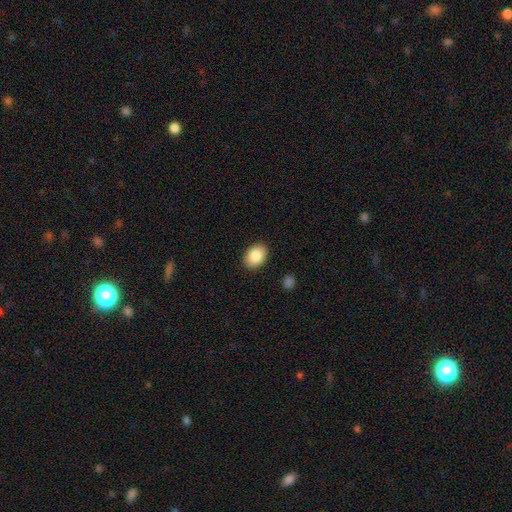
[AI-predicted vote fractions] A smooth galaxy with no disk features (88%) that is in between round and cigar-shaped (78%). Merging: none (89%).